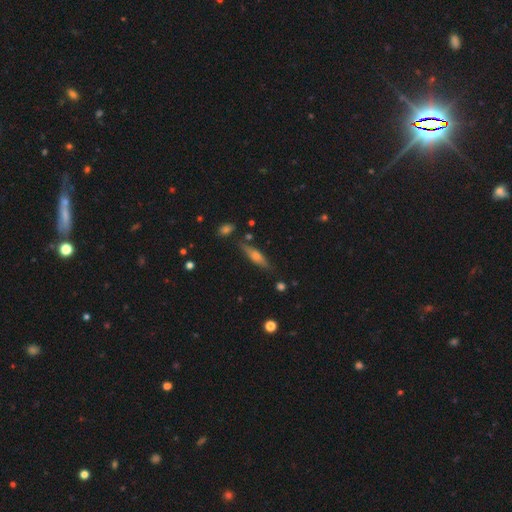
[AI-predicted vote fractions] smooth-or-featured: featured or disk: 52% | smooth: 38% | star or artifact: 10%
  disk-edge-on: yes: 90% | no: 10%
  merging: none: 80% | minor disturbance: 13% | merger: 4% | major disturbance: 3%